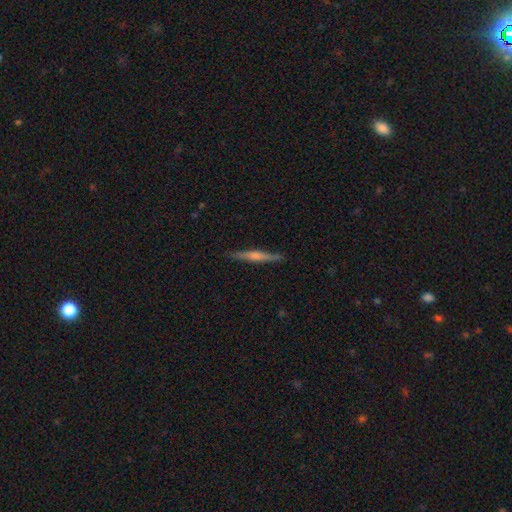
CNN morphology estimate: smooth-or-featured: featured or disk: 71% | smooth: 22% | star or artifact: 8%
  disk-edge-on: yes: 97% | no: 3%
    edge-on-bulge: rounded: 77% | none: 14% | boxy: 9%
  merging: none: 90% | minor disturbance: 7% | major disturbance: 2% | merger: 1%